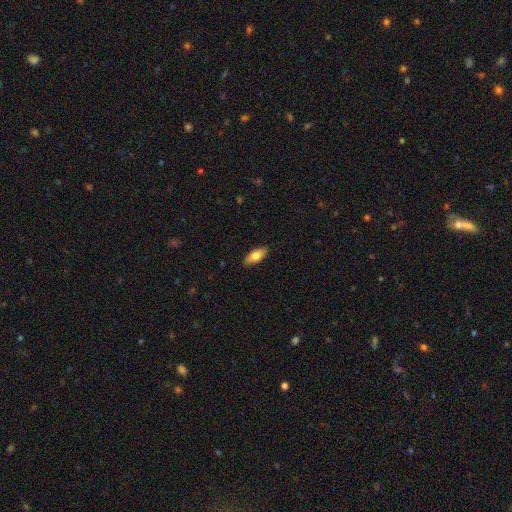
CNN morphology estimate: Q: Smooth or featured?
A: smooth (76%); runner-up: featured or disk (18%)
Q: How rounded?
A: in between (80%); runner-up: cigar-shaped (17%)
Q: Merging?
A: none (88%); runner-up: minor disturbance (9%)